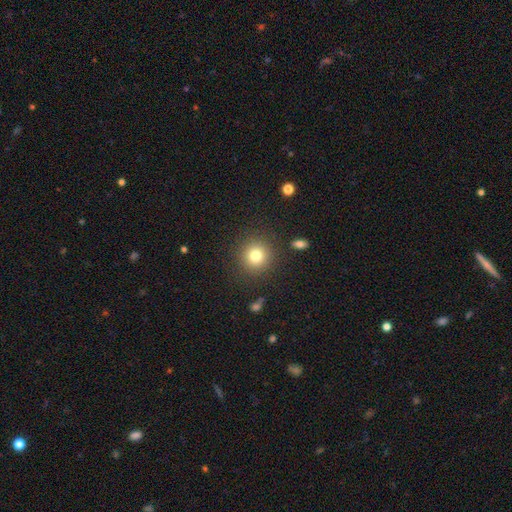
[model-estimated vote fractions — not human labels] Q: Smooth or featured?
A: smooth (79%); runner-up: star or artifact (13%)
Q: How rounded?
A: round (92%); runner-up: in between (7%)
Q: Merging?
A: none (88%); runner-up: minor disturbance (7%)